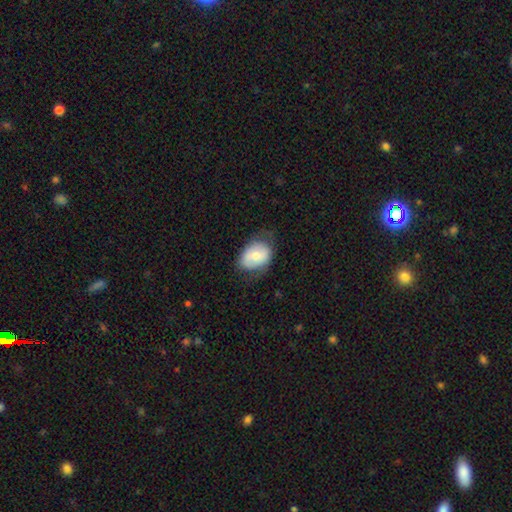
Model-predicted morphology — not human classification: Overall: smooth (68%). How rounded: in between (74%). Merging: none (63%; minor disturbance 27%).